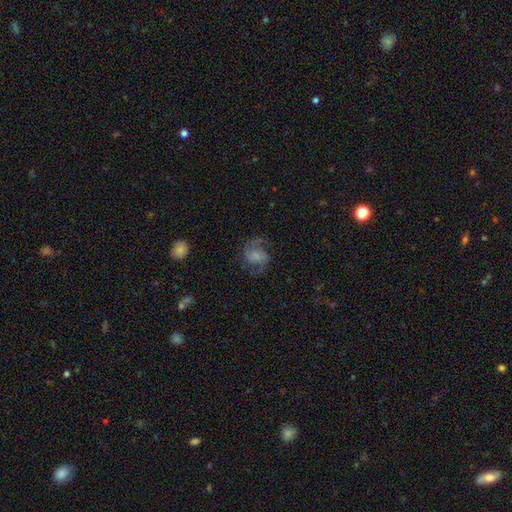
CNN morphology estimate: Smooth or featured? Predicted: featured or disk (p=0.77). Edge-on disk? Predicted: no (p=0.98). Bar? Predicted: no (p=0.52). Spiral arms? Predicted: yes (p=0.95). Spiral winding? Predicted: medium (p=0.56). Spiral arm count? Predicted: 2 (p=0.91). Bulge size? Predicted: none (p=0.45). Merging? Predicted: none (p=0.72).